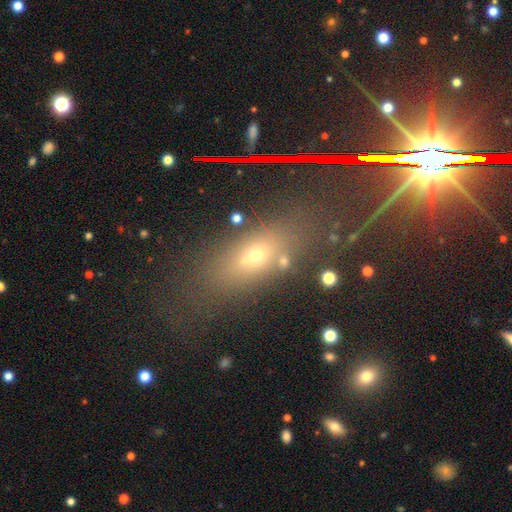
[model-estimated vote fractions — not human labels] Overall: smooth (45%; star or artifact 34%). Merging: none (76%).